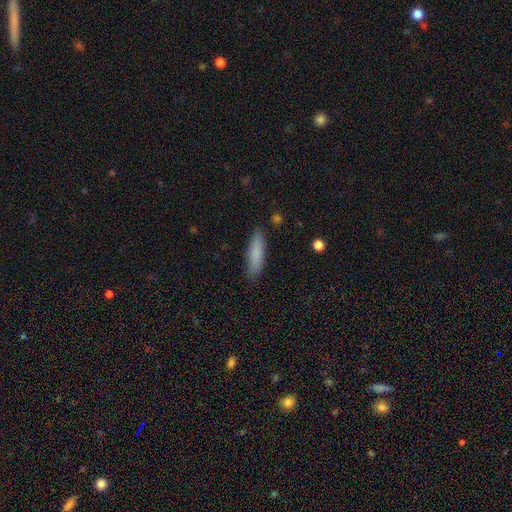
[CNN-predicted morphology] A smooth galaxy with no disk features (82%) that is cigar-shaped (72%). Merging: none (87%).